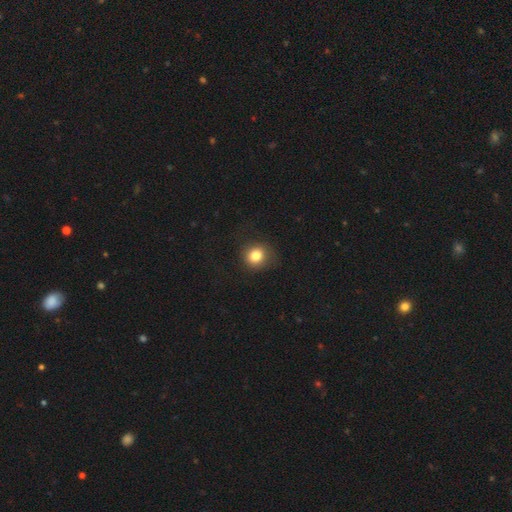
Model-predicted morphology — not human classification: Q: Smooth or featured?
A: smooth (82%); runner-up: star or artifact (11%)
Q: How rounded?
A: round (85%); runner-up: in between (14%)
Q: Merging?
A: none (83%); runner-up: minor disturbance (11%)